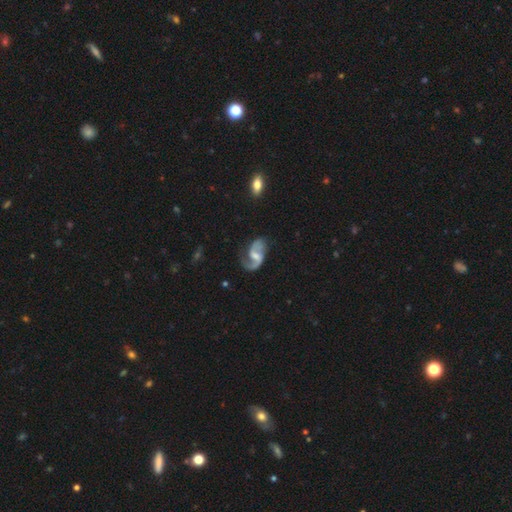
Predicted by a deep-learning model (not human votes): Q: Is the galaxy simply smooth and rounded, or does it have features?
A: featured or disk — 87%.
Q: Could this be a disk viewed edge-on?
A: no — 98%.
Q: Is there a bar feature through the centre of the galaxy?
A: weak — 53%.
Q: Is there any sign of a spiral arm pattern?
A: yes — 96%.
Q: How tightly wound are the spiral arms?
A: loose — 49%.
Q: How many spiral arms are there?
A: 2 — 81%.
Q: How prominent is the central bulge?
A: moderate — 40%.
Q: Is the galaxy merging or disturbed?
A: none — 58%.